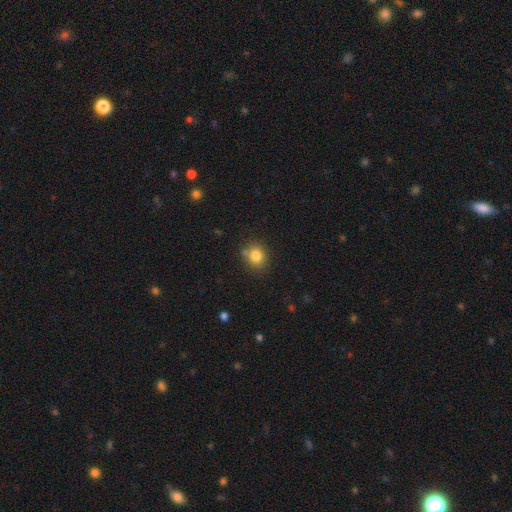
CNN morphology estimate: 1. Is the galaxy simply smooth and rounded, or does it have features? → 83% smooth, 11% star or artifact, 7% featured or disk.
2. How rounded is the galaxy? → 72% round, 27% in between, 1% cigar-shaped.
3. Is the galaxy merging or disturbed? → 74% none, 14% minor disturbance, 8% merger, 4% major disturbance.